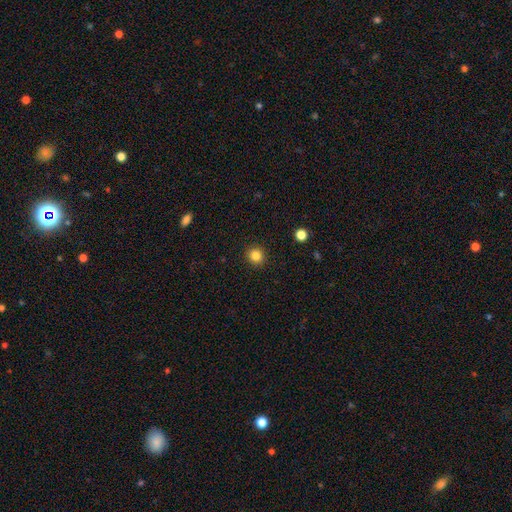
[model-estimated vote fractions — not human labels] Q: Smooth or featured?
A: smooth (84%); runner-up: star or artifact (12%)
Q: How rounded?
A: round (93%); runner-up: in between (6%)
Q: Merging?
A: none (92%); runner-up: minor disturbance (5%)